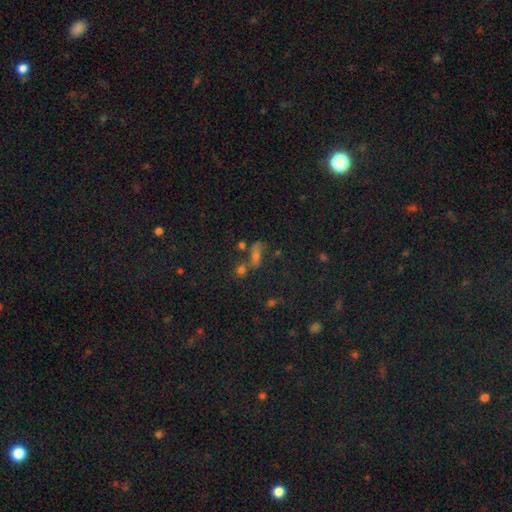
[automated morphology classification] A smooth galaxy with no disk features (42%).

Vote fractions:
- Smooth or featured? smooth: 42% / star or artifact: 37% / featured or disk: 22%
- Merging? none: 40% / merger: 35% / minor disturbance: 13% / major disturbance: 11%